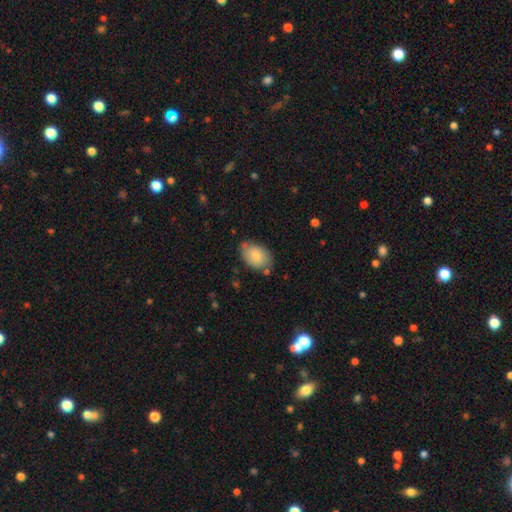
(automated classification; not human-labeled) Overall: smooth (80%). How rounded: in between (88%). Merging: none (69%).